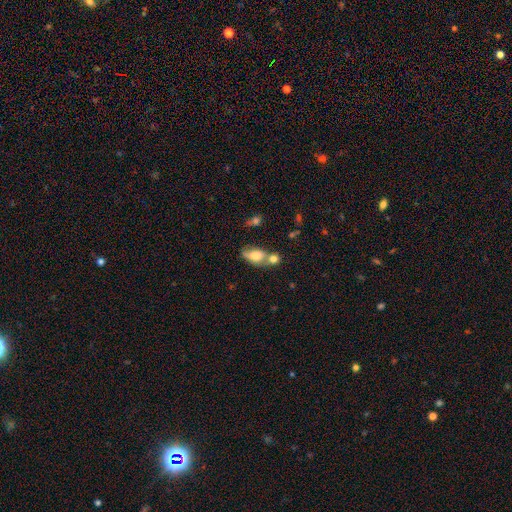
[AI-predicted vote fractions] A smooth galaxy with no disk features (67%) that is in between round and cigar-shaped (77%).

Vote fractions:
- Smooth or featured? smooth: 67% / featured or disk: 24% / star or artifact: 9%
- How rounded? in between: 77% / round: 18% / cigar-shaped: 5%
- Merging? merger: 44% / none: 32% / minor disturbance: 16% / major disturbance: 8%